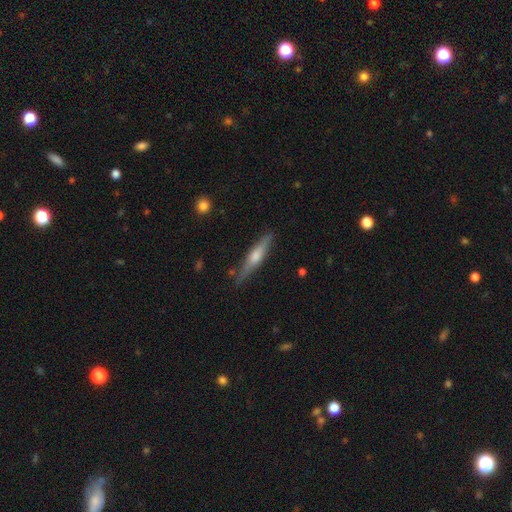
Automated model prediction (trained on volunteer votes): The model was most divided on "smooth or featured": featured or disk: 63%, smooth: 31%, star or artifact: 6%. More confident: edge-on disk — yes (96%); merging — none (84%); edge-on bulge — rounded (84%).